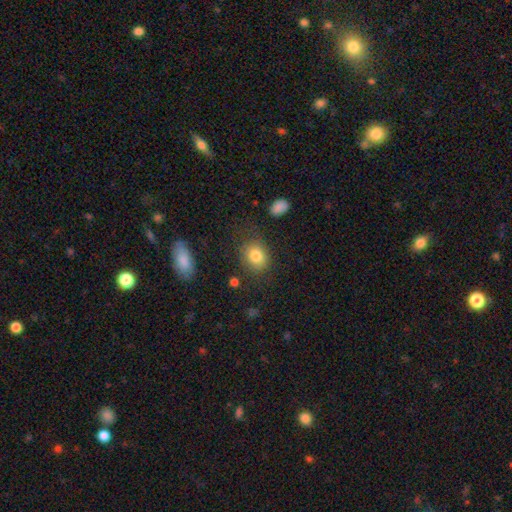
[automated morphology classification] The model was most divided on "how rounded": round: 55%, in between: 44%, cigar-shaped: 1%. More confident: smooth or featured — smooth (82%); merging — none (78%).